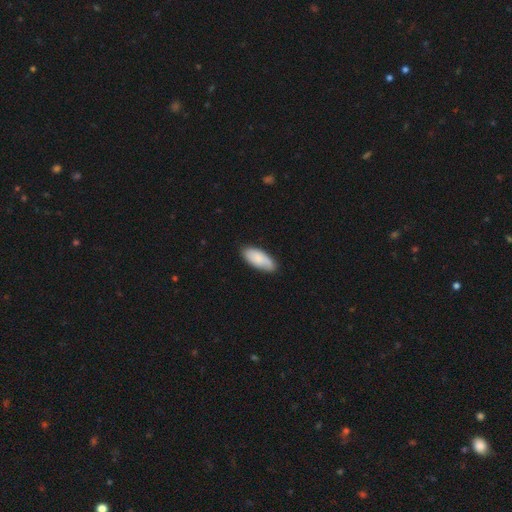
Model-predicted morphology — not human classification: This is clearly a smooth galaxy (82%). How rounded: clearly in between (86%). Merging: likely none (79%).